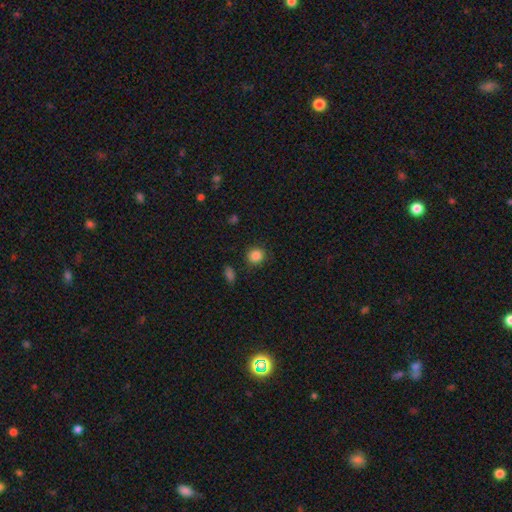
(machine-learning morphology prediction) Smooth or featured: smooth — 86% (star or artifact — 10%)
How rounded: round — 85% (in between — 14%)
Merging: none — 85% (minor disturbance — 10%)